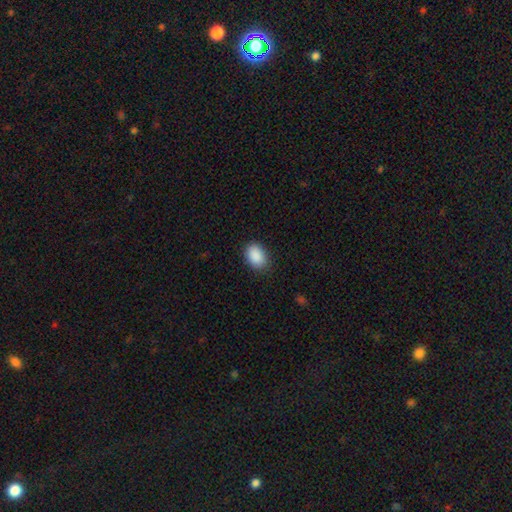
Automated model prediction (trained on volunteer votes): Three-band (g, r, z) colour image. It shows a smooth galaxy with no disk features (90%) that is in between round and cigar-shaped (81%). Merging: none (84%).